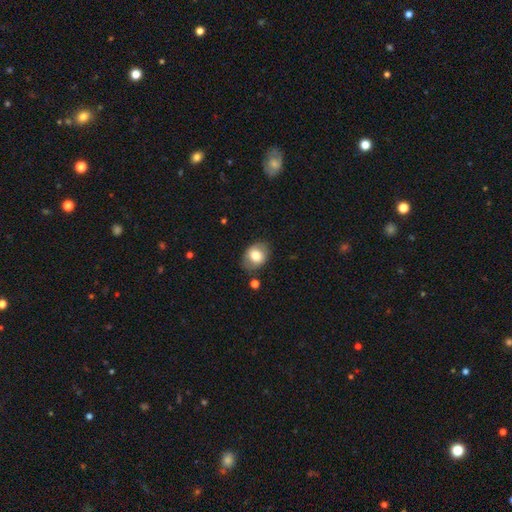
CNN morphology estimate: This appears to be a smooth galaxy with no disk features (73%) that is in between round and cigar-shaped (60%). Merging: none (76%).